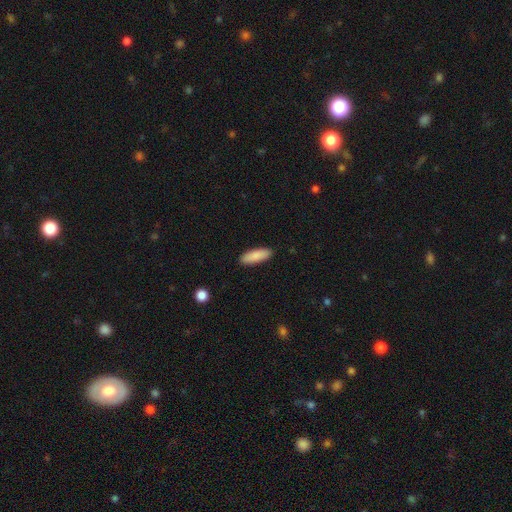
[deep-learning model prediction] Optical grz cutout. It shows a smooth galaxy with no disk features (88%) that is in between round and cigar-shaped (53%). Merging: none (90%).